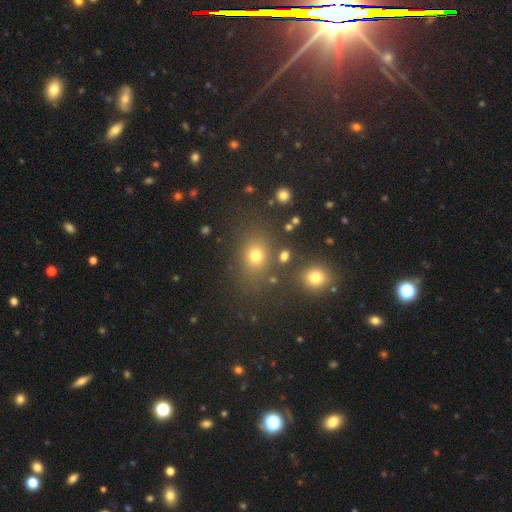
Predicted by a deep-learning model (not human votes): This appears to be a smooth galaxy with no disk features (70%) that is round (53%). Merging: none (76%).